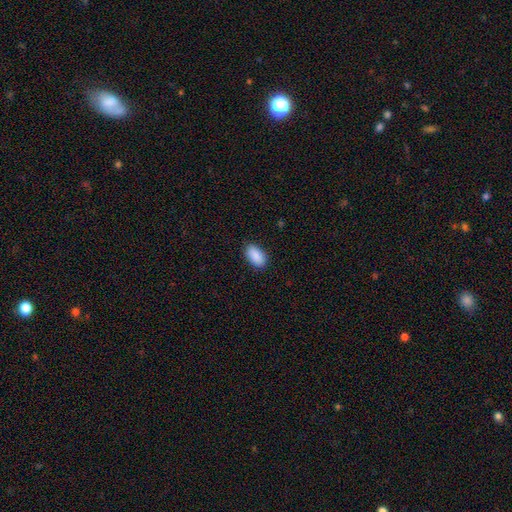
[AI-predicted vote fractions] Morphology: type=smooth (91%); roundness=in between (94%); merging=none (87%).